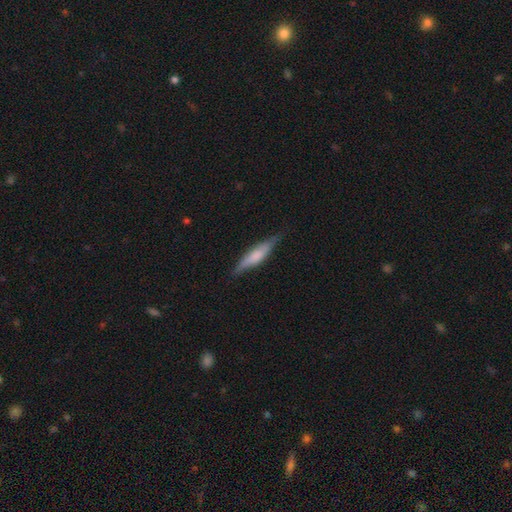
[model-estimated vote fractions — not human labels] smooth 53%, featured or disk 41%, star or artifact 6%. Down the decision tree: how rounded — cigar-shaped (79%); merging — none (78%).